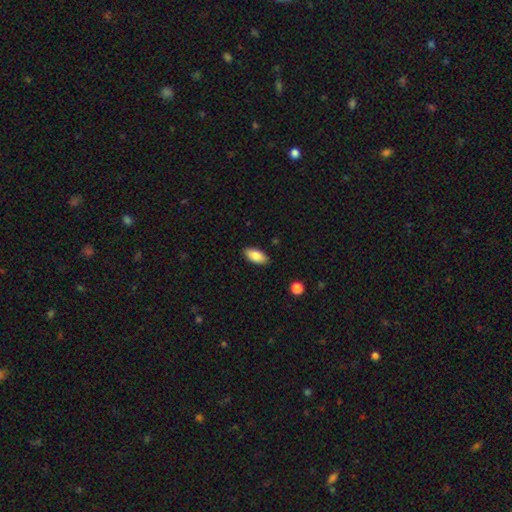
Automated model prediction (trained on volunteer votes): Smooth or featured? Predicted: smooth (p=0.84). How rounded? Predicted: in between (p=0.92). Merging? Predicted: none (p=0.88).